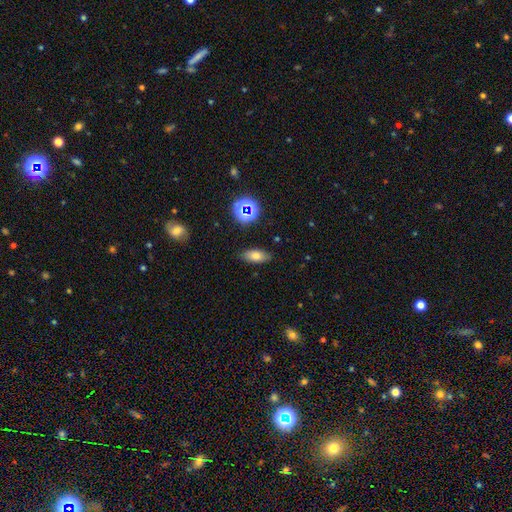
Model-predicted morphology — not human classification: smooth_or_featured: smooth (p=0.73) [alt: featured or disk p=0.14]
how_rounded: in between (p=0.83) [alt: cigar-shaped p=0.12]
merging: none (p=0.85) [alt: minor disturbance p=0.10]